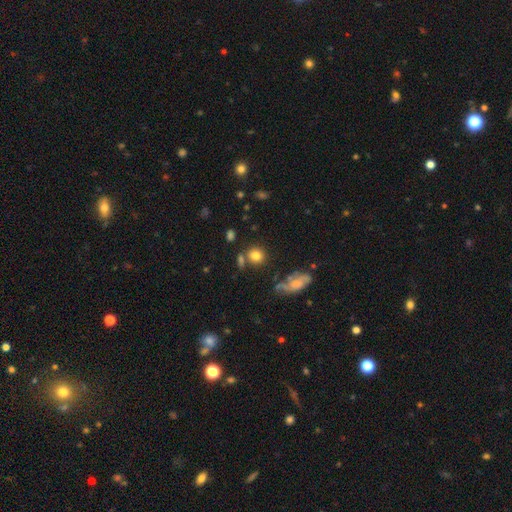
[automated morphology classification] type=smooth (78%); roundness=round (78%); merging=none (70%).